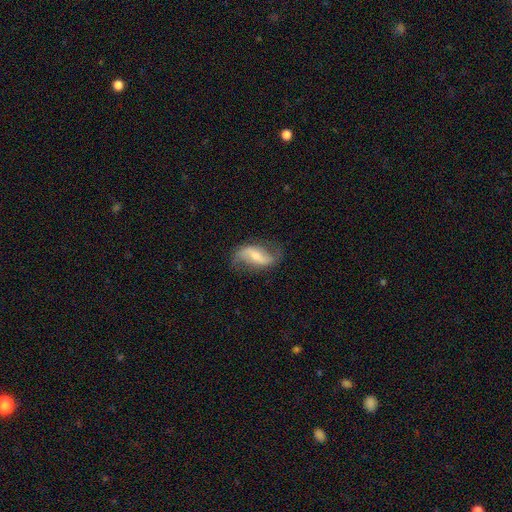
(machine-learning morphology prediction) Smooth or featured? Predicted: featured or disk (p=0.75). Edge-on disk? Predicted: no (p=0.95). Bar? Predicted: weak (p=0.41). Spiral arms? Predicted: yes (p=0.92). Spiral winding? Predicted: loose (p=0.78). Spiral arm count? Predicted: 2 (p=0.90). Bulge size? Predicted: small (p=0.44). Merging? Predicted: none (p=0.69).